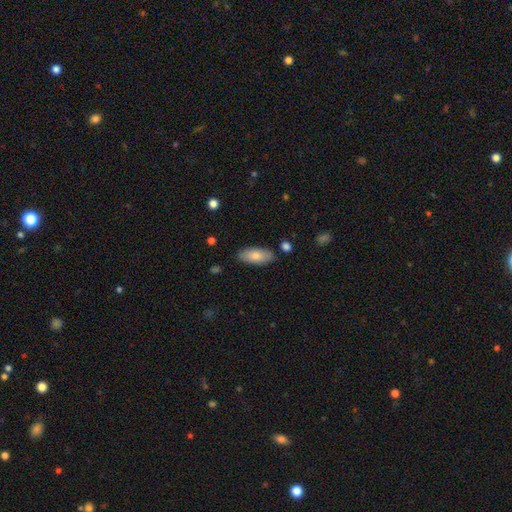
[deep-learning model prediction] A smooth galaxy with no disk features (79%) that is in between round and cigar-shaped (88%).

Vote fractions:
- Smooth or featured? smooth: 79% / featured or disk: 14% / star or artifact: 6%
- How rounded? in between: 88% / cigar-shaped: 10% / round: 2%
- Merging? none: 84% / minor disturbance: 11% / merger: 3% / major disturbance: 2%